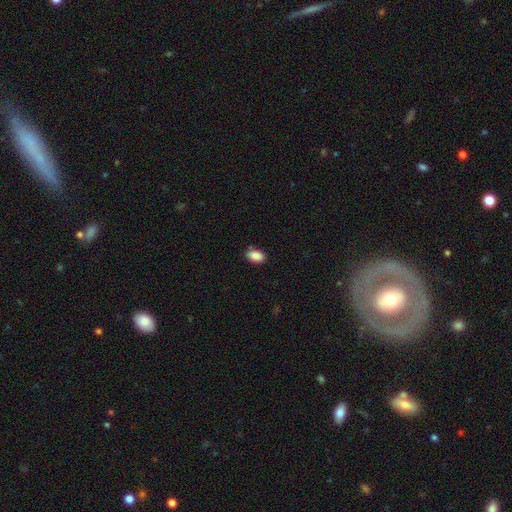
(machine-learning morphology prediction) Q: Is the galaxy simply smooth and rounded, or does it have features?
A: smooth — 89%.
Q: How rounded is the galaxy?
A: in between — 90%.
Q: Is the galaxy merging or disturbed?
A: none — 82%.